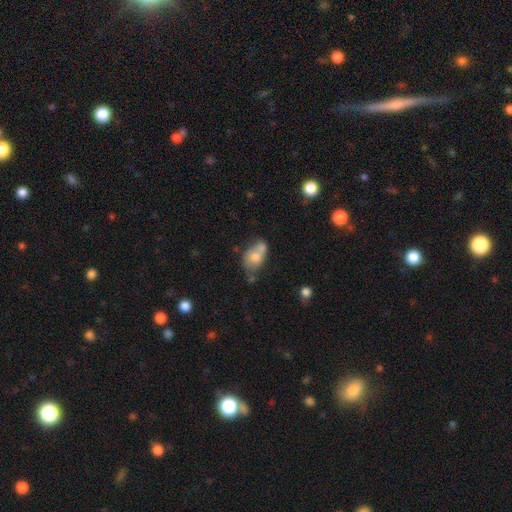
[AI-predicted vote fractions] smooth 68%, featured or disk 24%, star or artifact 9%. Down the decision tree: how rounded — in between (78%); merging — merger (41%).